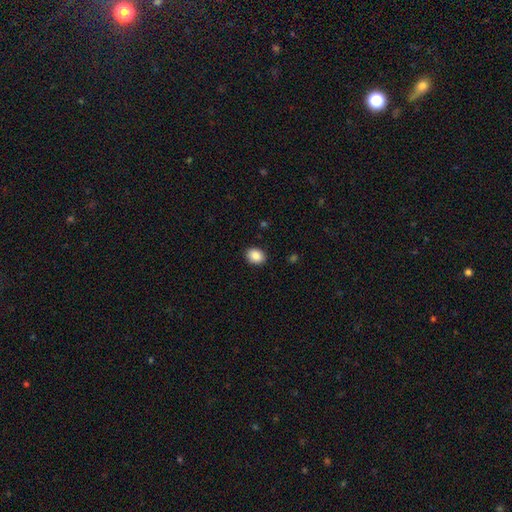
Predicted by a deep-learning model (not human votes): A smooth galaxy with no disk features (88%) that is in between round and cigar-shaped (56%).

Vote fractions:
- Smooth or featured? smooth: 88% / star or artifact: 8% / featured or disk: 4%
- How rounded? in between: 56% / round: 44% / cigar-shaped: 1%
- Merging? none: 90% / minor disturbance: 7% / major disturbance: 2% / merger: 1%